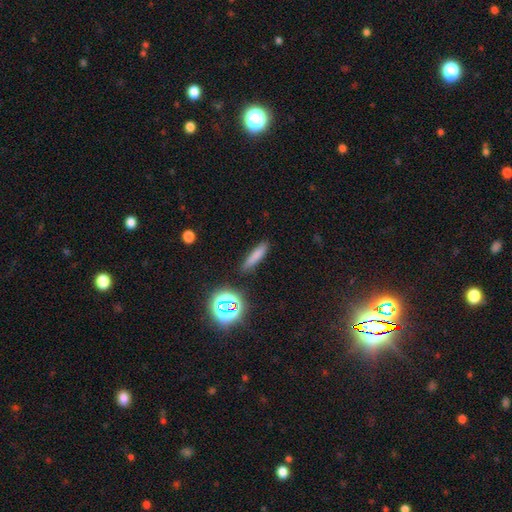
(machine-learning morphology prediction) Smooth or featured: smooth — 73% (star or artifact — 15%)
How rounded: cigar-shaped — 81% (in between — 16%)
Merging: none — 85% (minor disturbance — 10%)